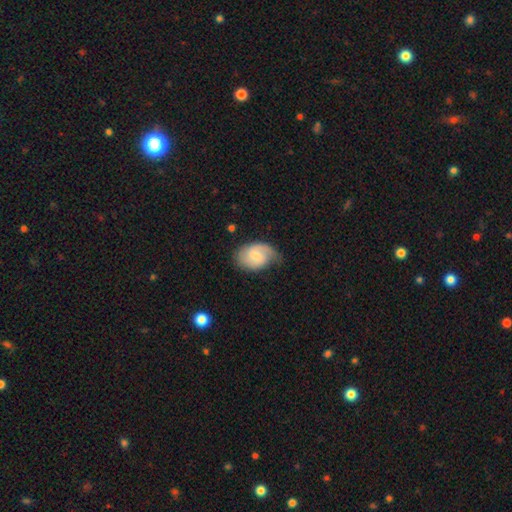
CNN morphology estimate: Q: Smooth or featured?
A: featured or disk (48%); runner-up: smooth (46%)
Q: Merging?
A: none (56%); runner-up: minor disturbance (32%)